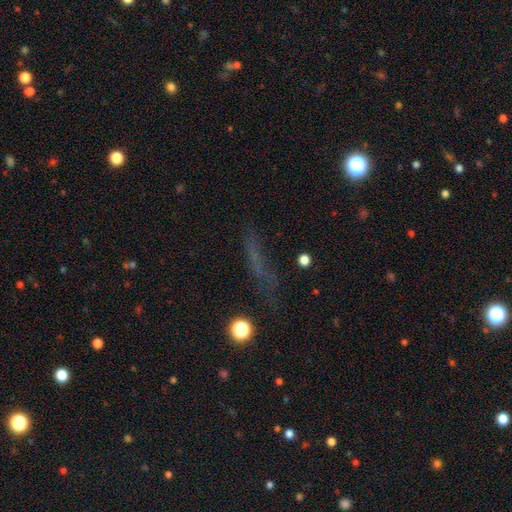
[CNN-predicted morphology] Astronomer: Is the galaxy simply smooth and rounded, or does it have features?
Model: smooth — 44% (runner-up: star or artifact, 30%).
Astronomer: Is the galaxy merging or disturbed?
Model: none — 65%.